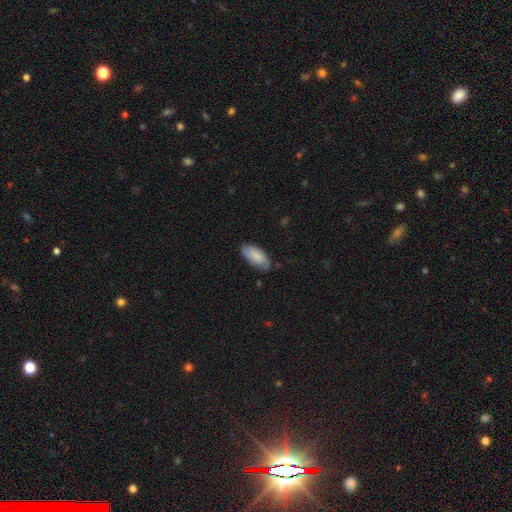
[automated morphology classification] A smooth galaxy with no disk features (72%) that is in between round and cigar-shaped (89%). Merging: none (76%).